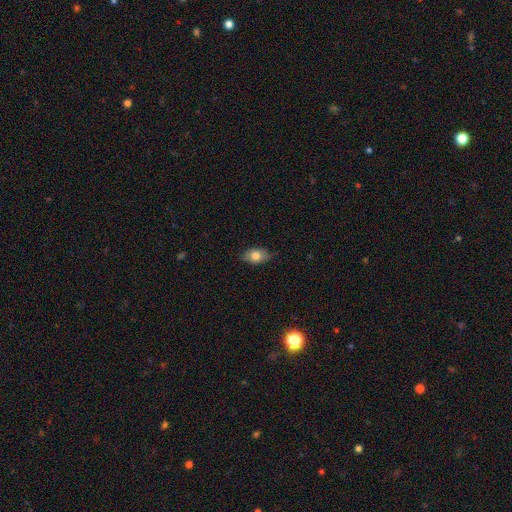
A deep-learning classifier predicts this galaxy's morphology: smooth-or-featured: smooth: 76% | featured or disk: 17% | star or artifact: 8%
  how-rounded: in between: 85% | round: 12% | cigar-shaped: 2%
  merging: none: 79% | minor disturbance: 17% | major disturbance: 3% | merger: 1%